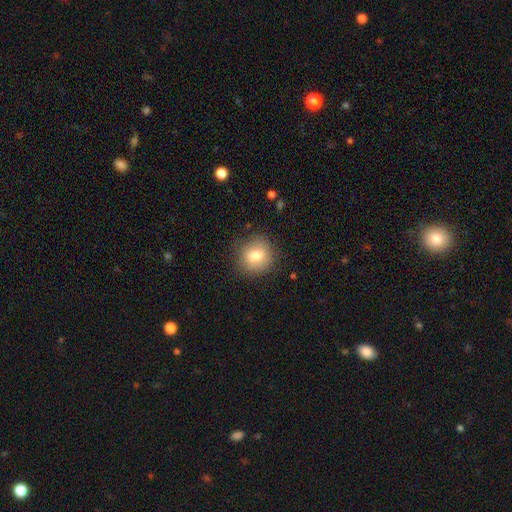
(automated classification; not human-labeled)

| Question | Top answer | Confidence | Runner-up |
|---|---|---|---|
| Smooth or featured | smooth | 78% | featured or disk (12%) |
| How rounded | round | 85% | in between (14%) |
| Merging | none | 84% | minor disturbance (11%) |